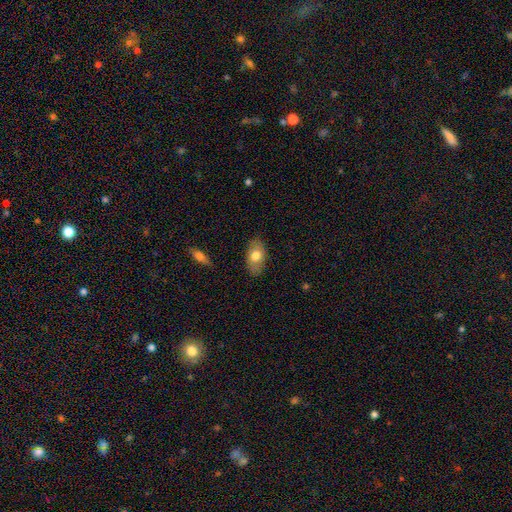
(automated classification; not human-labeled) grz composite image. It shows a smooth galaxy with no disk features (73%) that is in between round and cigar-shaped (91%). Merging: none (84%).